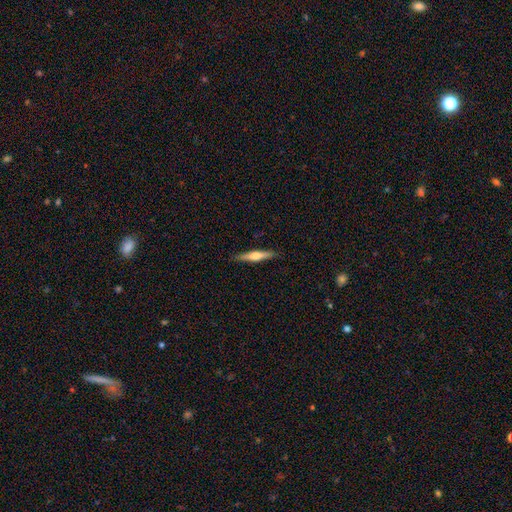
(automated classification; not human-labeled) Smooth or featured? Predicted: featured or disk (p=0.56). Edge-on disk? Predicted: yes (p=0.97). Edge-on bulge? Predicted: rounded (p=0.85). Merging? Predicted: none (p=0.90).